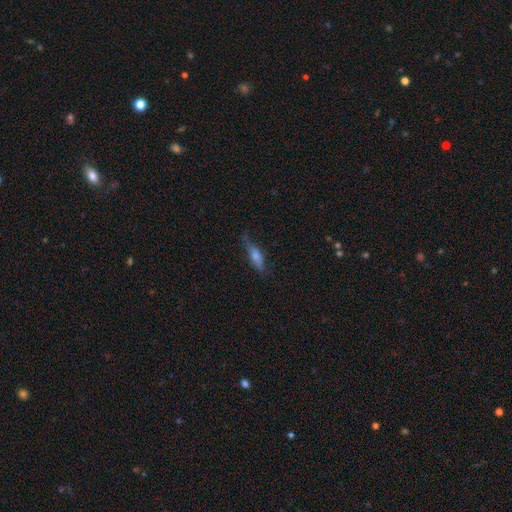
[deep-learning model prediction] smooth-or-featured: smooth: 49% | featured or disk: 42% | star or artifact: 9%
  merging: none: 67% | minor disturbance: 24% | major disturbance: 7% | merger: 2%